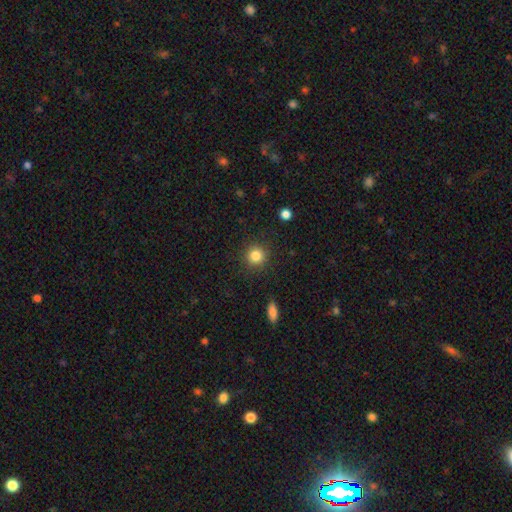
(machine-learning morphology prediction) smooth_or_featured: smooth (p=0.84) [alt: star or artifact p=0.11]
how_rounded: round (p=0.92) [alt: in between p=0.07]
merging: none (p=0.90) [alt: minor disturbance p=0.06]